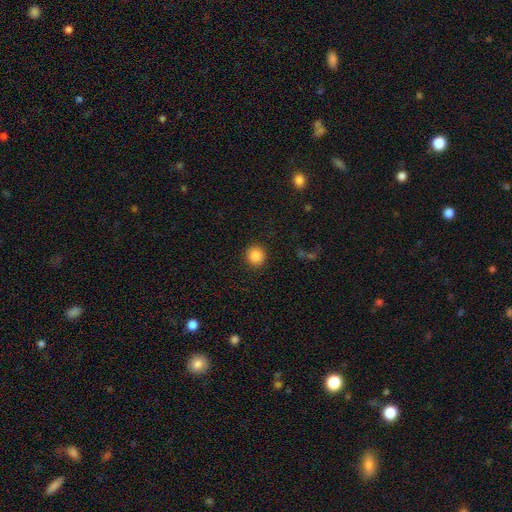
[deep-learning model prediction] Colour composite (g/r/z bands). It shows a smooth galaxy with no disk features (87%) that is round (91%). Merging: none (91%).